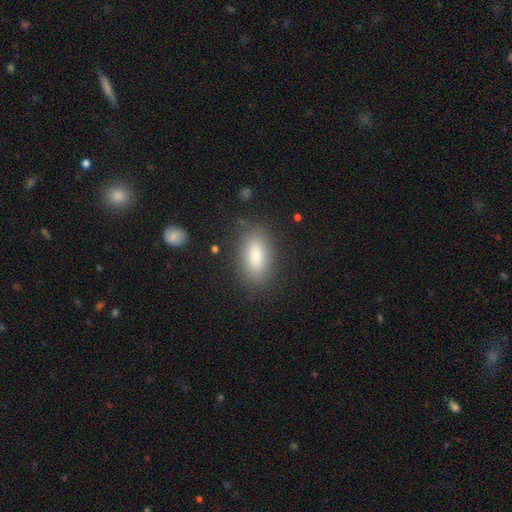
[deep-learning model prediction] This appears to be a smooth galaxy with no disk features (84%) that is in between round and cigar-shaped (88%). Merging: none (83%).